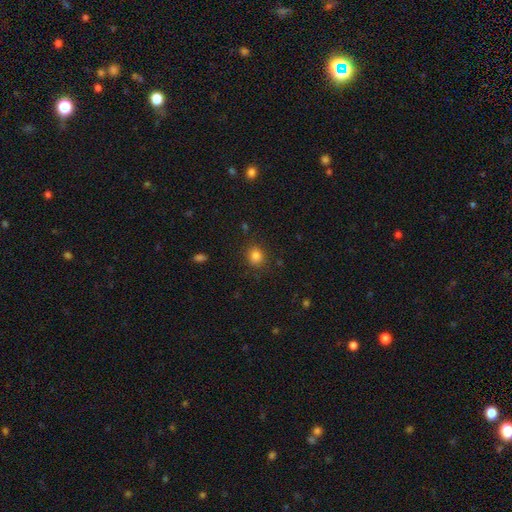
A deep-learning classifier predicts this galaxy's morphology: smooth_or_featured: smooth (p=0.83) [alt: star or artifact p=0.12]
how_rounded: round (p=0.69) [alt: in between p=0.30]
merging: none (p=0.83) [alt: minor disturbance p=0.11]